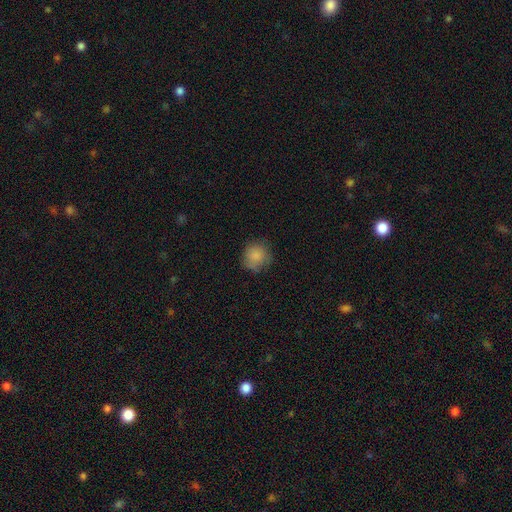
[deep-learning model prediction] Morphology: type=smooth (84%); roundness=round (88%); merging=none (75%).